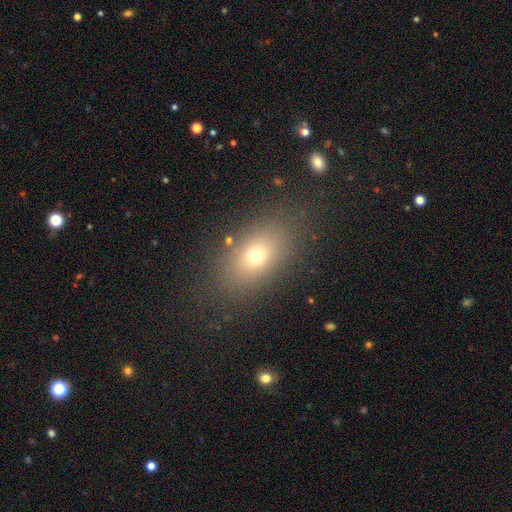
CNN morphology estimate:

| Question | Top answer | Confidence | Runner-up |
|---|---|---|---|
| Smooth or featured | smooth | 69% | star or artifact (16%) |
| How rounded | in between | 78% | round (18%) |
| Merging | none | 80% | minor disturbance (11%) |